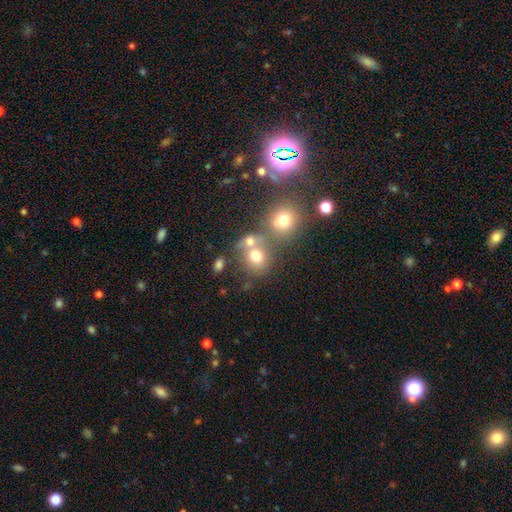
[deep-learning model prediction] Smooth or featured? smooth (73%)
How rounded? round (75%)
Merging? none (44%)